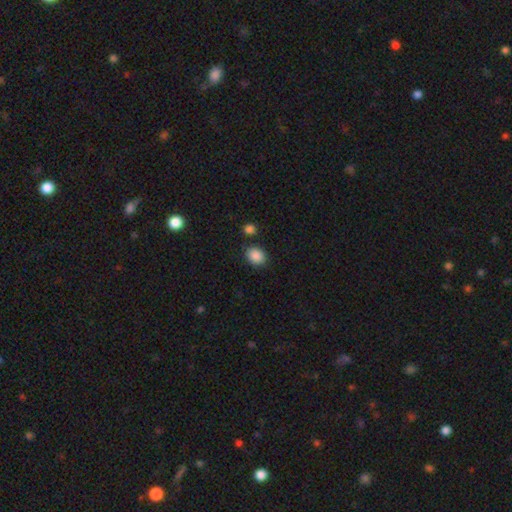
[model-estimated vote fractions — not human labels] This appears to be a smooth galaxy with no disk features (88%) that is in between round and cigar-shaped (51%). Merging: none (81%).